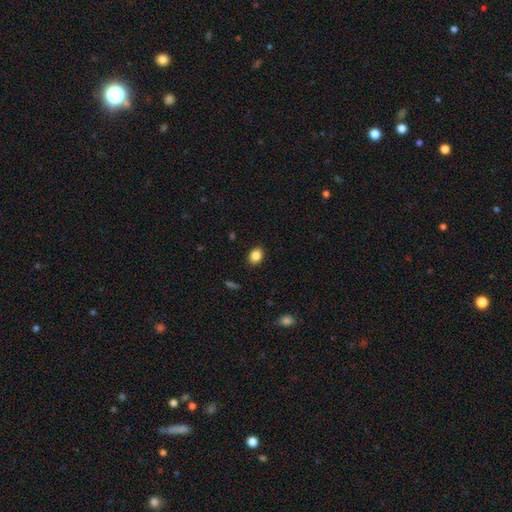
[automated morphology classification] This appears to be a smooth galaxy with no disk features (85%) that is in between round and cigar-shaped (57%). Merging: none (89%).